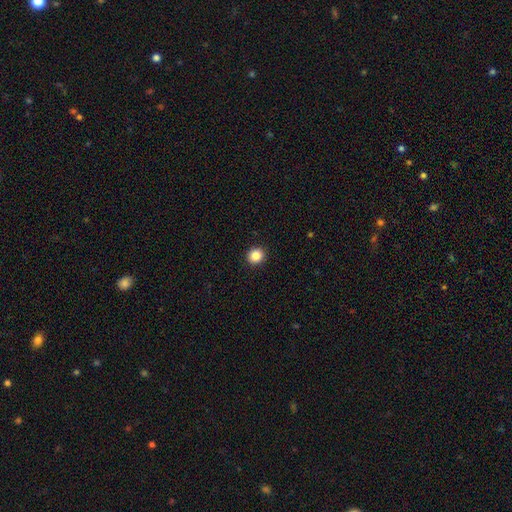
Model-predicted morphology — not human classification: smooth 86%, star or artifact 10%, featured or disk 4%. Down the decision tree: how rounded — round (88%); merging — none (93%).